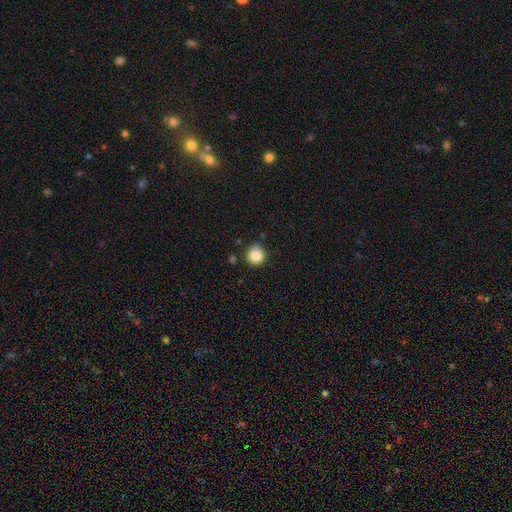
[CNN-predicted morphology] smooth 84%, star or artifact 10%, featured or disk 5%. Down the decision tree: how rounded — round (93%); merging — none (82%).